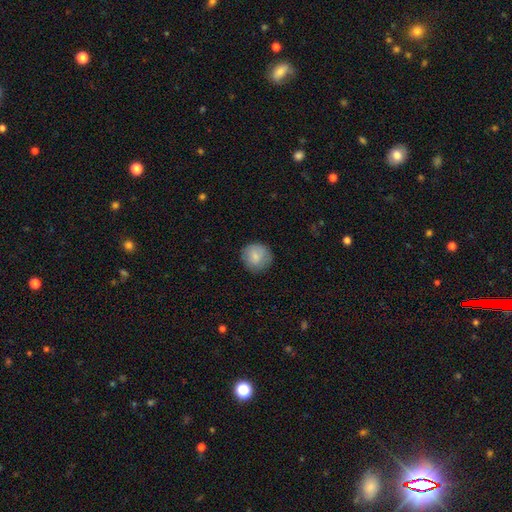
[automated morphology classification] The model was most divided on "merging": none: 82%, minor disturbance: 14%, major disturbance: 3%, merger: 1%. More confident: how rounded — round (91%); smooth or featured — smooth (81%).